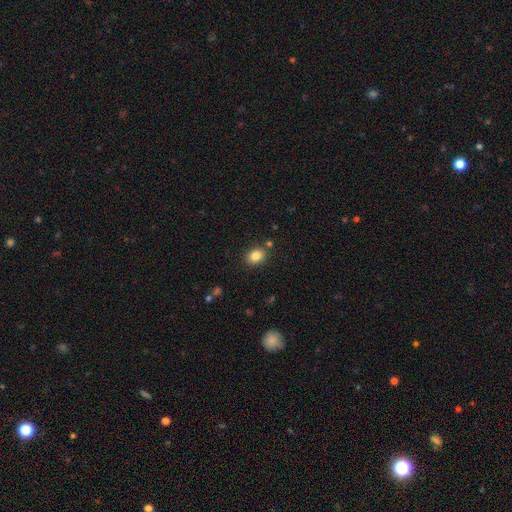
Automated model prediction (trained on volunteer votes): smooth_or_featured: smooth (p=0.84) [alt: star or artifact p=0.10]
how_rounded: in between (p=0.53) [alt: round p=0.46]
merging: none (p=0.84) [alt: minor disturbance p=0.10]